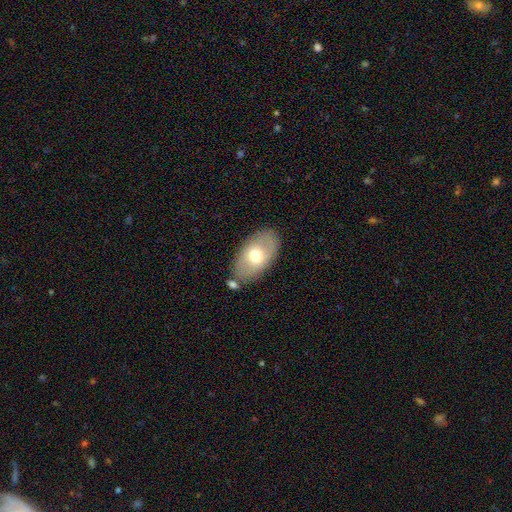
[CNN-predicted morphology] A smooth galaxy with no disk features (61%) that is in between round and cigar-shaped (93%).

Vote fractions:
- Smooth or featured? smooth: 61% / featured or disk: 32% / star or artifact: 6%
- How rounded? in between: 93% / round: 6% / cigar-shaped: 2%
- Merging? none: 76% / minor disturbance: 13% / merger: 7% / major disturbance: 4%